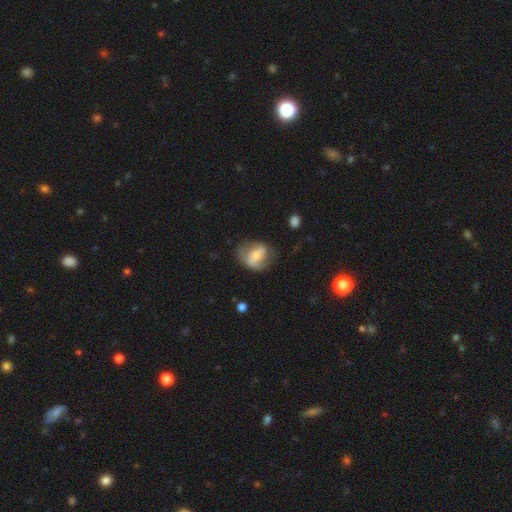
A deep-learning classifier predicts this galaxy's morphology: A featured or disk galaxy (49%). Merging: none (62%).